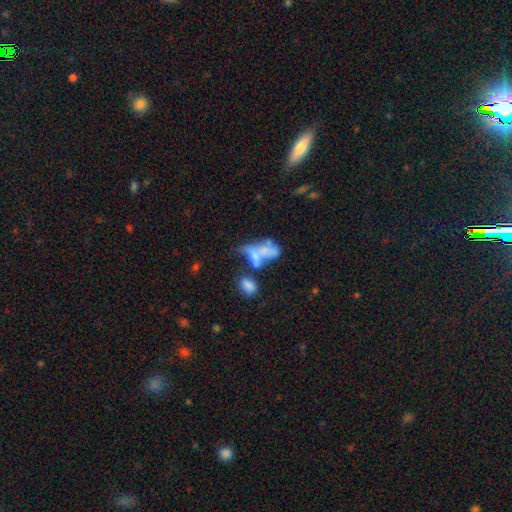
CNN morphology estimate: This is possibly a smooth galaxy (48%). Merging: possibly merger (51%).